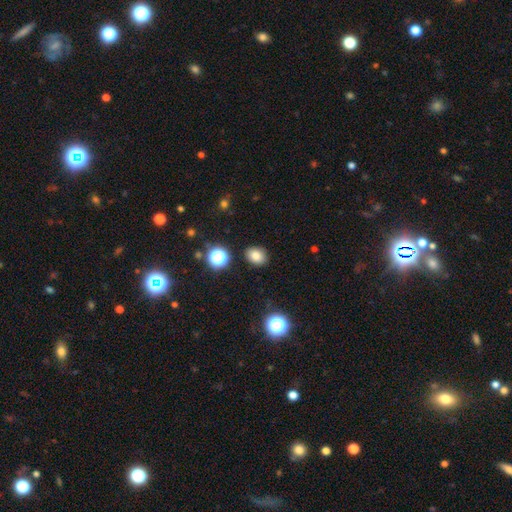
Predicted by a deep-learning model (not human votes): Overall: smooth (81%). How rounded: in between (55%; round 44%). Merging: none (87%).